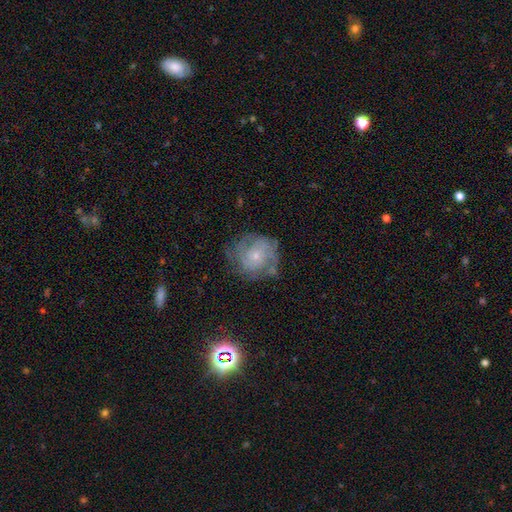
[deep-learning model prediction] smooth_or_featured: featured or disk (p=0.71) [alt: smooth p=0.20]
disk_edge_on: no (p=0.98) [alt: yes p=0.02]
bar: no (p=0.81) [alt: weak p=0.16]
has_spiral_arms: yes (p=0.87) [alt: no p=0.13]
spiral_winding: tight (p=0.60) [alt: medium p=0.30]
spiral_arm_count: can't tell (p=0.41) [alt: 2 p=0.24]
bulge_size: small (p=0.77) [alt: moderate p=0.18]
merging: none (p=0.65) [alt: minor disturbance p=0.20]